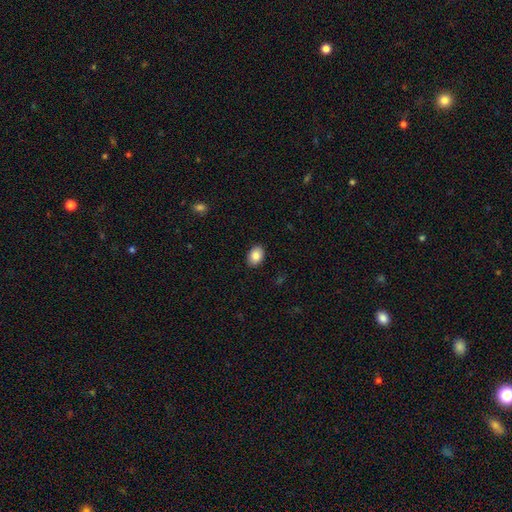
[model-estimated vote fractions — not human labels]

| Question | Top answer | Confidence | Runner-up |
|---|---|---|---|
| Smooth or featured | smooth | 87% | star or artifact (8%) |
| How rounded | in between | 76% | round (23%) |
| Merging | none | 89% | minor disturbance (8%) |